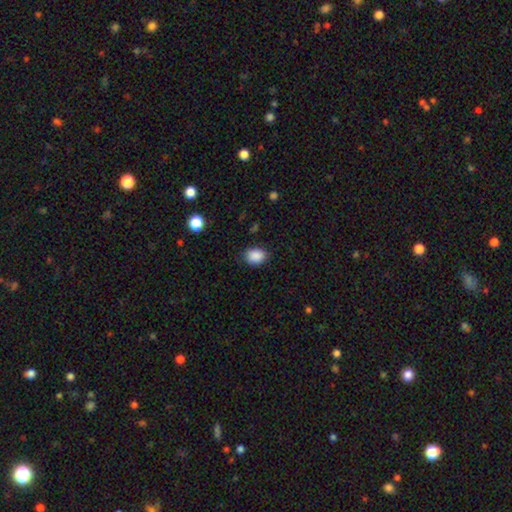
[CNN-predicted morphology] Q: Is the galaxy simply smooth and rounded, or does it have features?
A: smooth — 88%.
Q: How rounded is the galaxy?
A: in between — 60%.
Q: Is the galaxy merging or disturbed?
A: none — 83%.